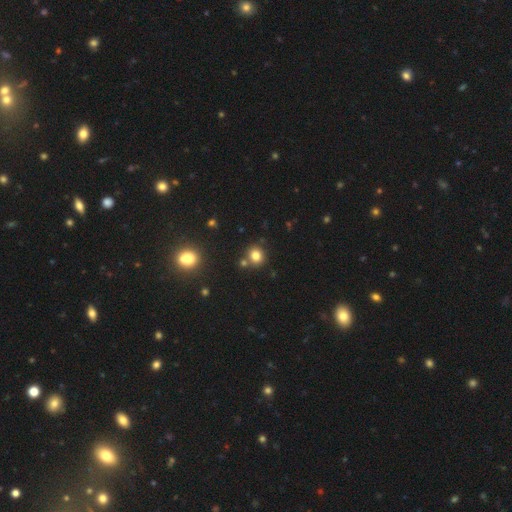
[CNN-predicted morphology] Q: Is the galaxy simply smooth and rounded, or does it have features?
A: smooth — 80%.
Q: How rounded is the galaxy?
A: round — 84%.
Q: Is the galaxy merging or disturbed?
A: none — 77%.